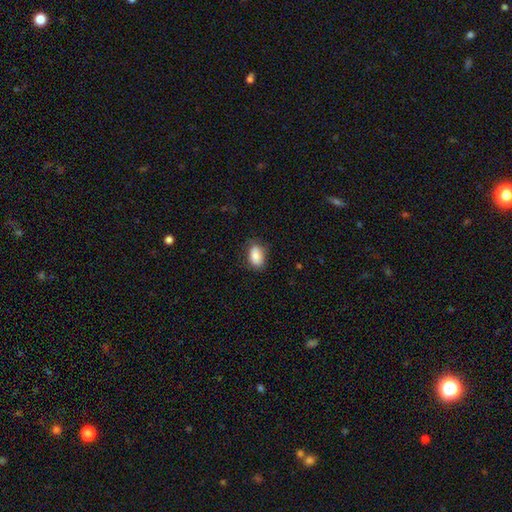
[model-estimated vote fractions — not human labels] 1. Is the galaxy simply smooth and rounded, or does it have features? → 83% smooth, 9% featured or disk, 7% star or artifact.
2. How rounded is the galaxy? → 87% in between, 11% round, 2% cigar-shaped.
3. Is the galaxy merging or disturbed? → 76% none, 18% minor disturbance, 4% major disturbance, 1% merger.